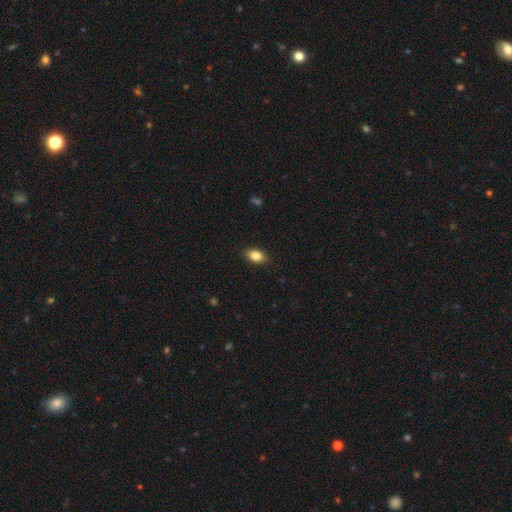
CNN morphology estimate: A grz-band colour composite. It shows a smooth galaxy with no disk features (83%) that is in between round and cigar-shaped (87%). Merging: none (88%).